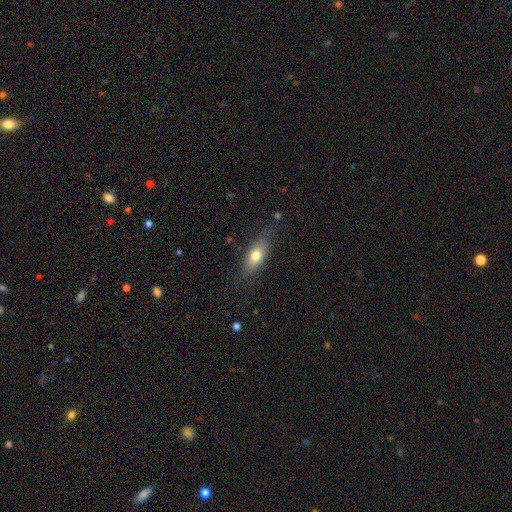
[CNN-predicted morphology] type=smooth (72%); roundness=in between (74%); merging=none (78%).